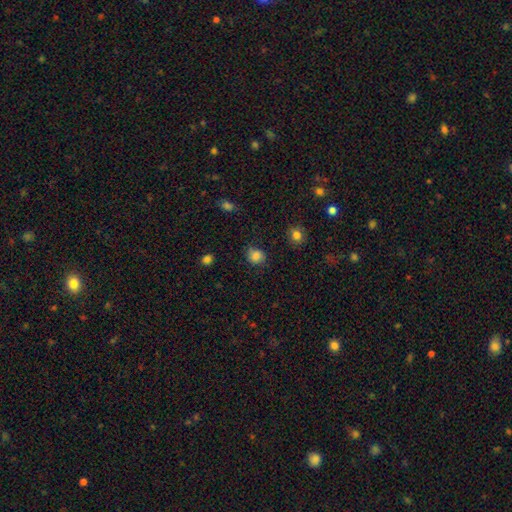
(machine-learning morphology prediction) Smooth or featured?
  - smooth: 82% *
  - star or artifact: 11%
  - featured or disk: 7%
How rounded?
  - round: 73% *
  - in between: 26%
  - cigar-shaped: 1%
Merging?
  - none: 74% *
  - minor disturbance: 19%
  - major disturbance: 5%
  - merger: 2%